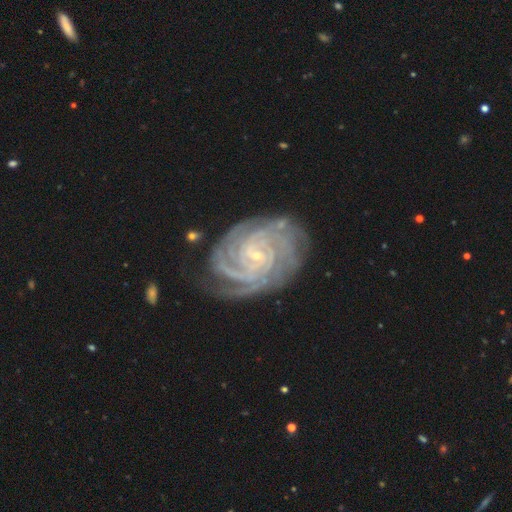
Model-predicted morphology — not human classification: smooth_or_featured: featured or disk (p=0.91) [alt: star or artifact p=0.05]
disk_edge_on: no (p=0.98) [alt: yes p=0.02]
bar: no (p=0.62) [alt: weak p=0.27]
has_spiral_arms: yes (p=0.99) [alt: no p=0.01]
spiral_winding: tight (p=0.80) [alt: medium p=0.17]
spiral_arm_count: 4 (p=0.31) [alt: 3 p=0.18]
bulge_size: small (p=0.86) [alt: moderate p=0.10]
merging: none (p=0.75) [alt: minor disturbance p=0.17]